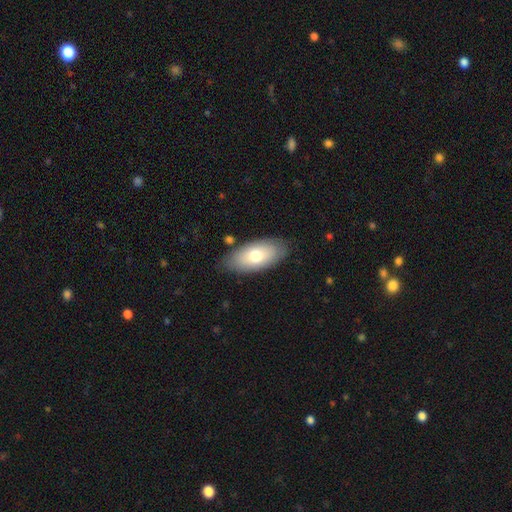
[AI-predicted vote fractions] Q: Smooth or featured?
A: smooth (70%); runner-up: featured or disk (23%)
Q: How rounded?
A: in between (92%); runner-up: cigar-shaped (5%)
Q: Merging?
A: none (82%); runner-up: minor disturbance (13%)